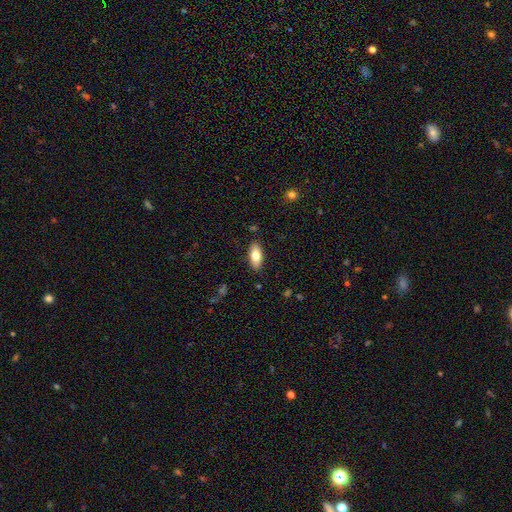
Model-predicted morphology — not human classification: Q: Smooth or featured?
A: smooth (77%); runner-up: featured or disk (17%)
Q: How rounded?
A: in between (85%); runner-up: cigar-shaped (13%)
Q: Merging?
A: none (88%); runner-up: minor disturbance (9%)